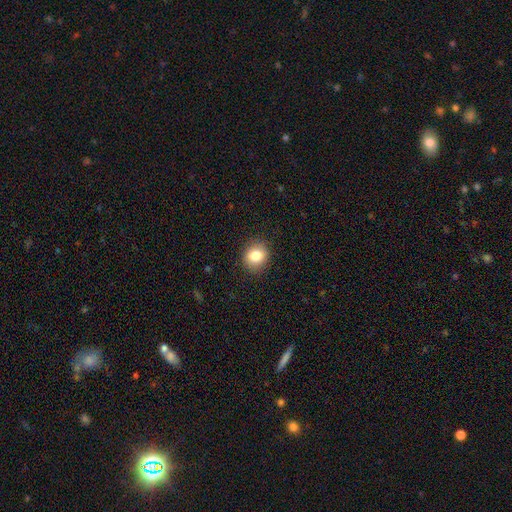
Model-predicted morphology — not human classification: This appears to be a smooth galaxy with no disk features (83%) that is round (73%). Merging: none (88%).